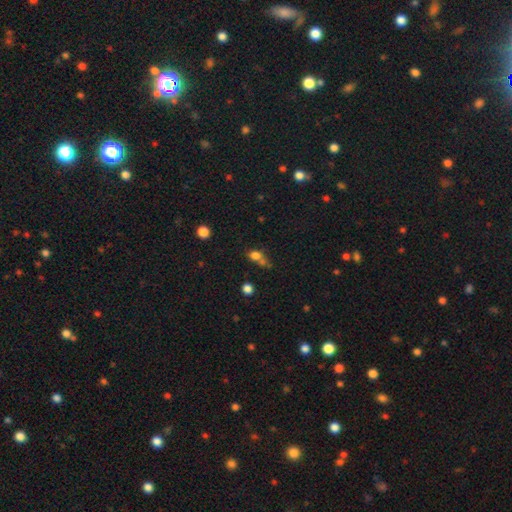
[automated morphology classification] Q: Smooth or featured?
A: smooth (74%); runner-up: star or artifact (16%)
Q: How rounded?
A: round (50%); runner-up: in between (47%)
Q: Merging?
A: none (40%); runner-up: merger (36%)